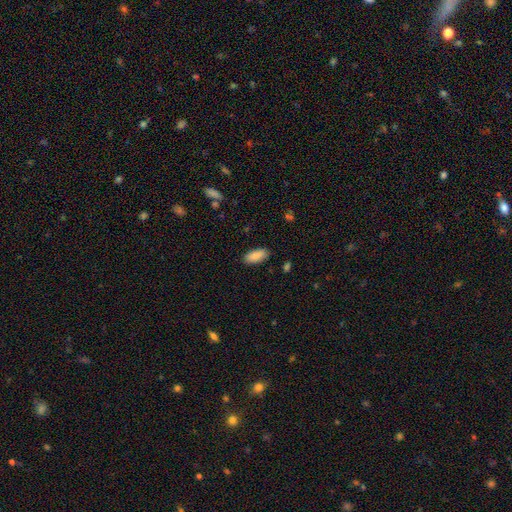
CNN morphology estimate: smooth-or-featured: smooth: 88% | star or artifact: 6% | featured or disk: 5%
  how-rounded: in between: 87% | cigar-shaped: 11% | round: 2%
  merging: none: 87% | minor disturbance: 9% | major disturbance: 2% | merger: 1%